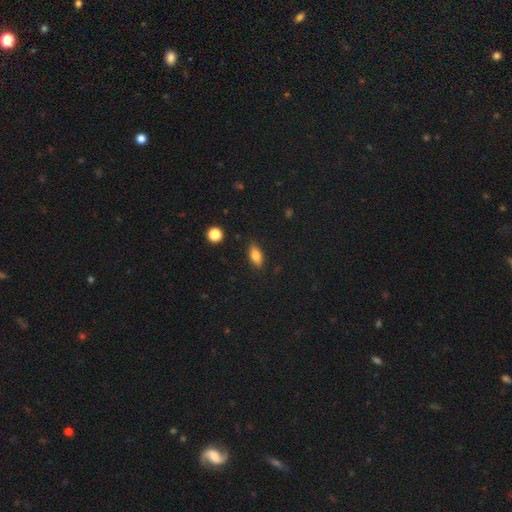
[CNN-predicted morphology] smooth-or-featured: smooth: 74% | featured or disk: 18% | star or artifact: 9%
  how-rounded: in between: 81% | cigar-shaped: 13% | round: 6%
  merging: none: 85% | minor disturbance: 11% | major disturbance: 2% | merger: 1%